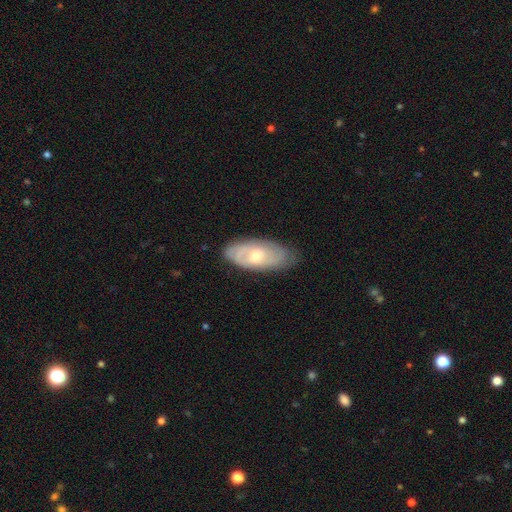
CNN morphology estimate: smooth-or-featured: featured or disk: 67% | smooth: 27% | star or artifact: 6%
  disk-edge-on: no: 89% | yes: 11%
    bar: no: 65% | weak: 29% | strong: 6%
    has-spiral-arms: yes: 79% | no: 21%
    bulge-size: moderate: 57% | small: 39% | large: 2% | none: 1% | dominant: 1%
  merging: none: 75% | minor disturbance: 19% | major disturbance: 4% | merger: 1%